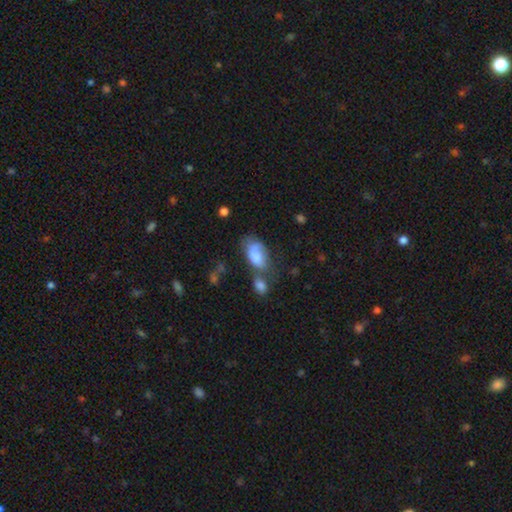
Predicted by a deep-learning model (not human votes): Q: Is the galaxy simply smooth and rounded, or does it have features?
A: smooth — 76%.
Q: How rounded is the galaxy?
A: in between — 92%.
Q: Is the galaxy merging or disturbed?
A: none — 28%, tied with merger.